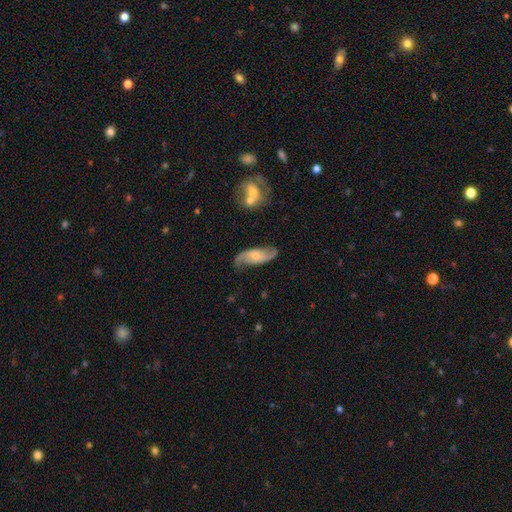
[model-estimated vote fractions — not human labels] Smooth or featured?
  - featured or disk: 80% *
  - smooth: 15%
  - star or artifact: 5%
Edge-on disk?
  - no: 94% *
  - yes: 6%
Bar?
  - no: 51% *
  - weak: 39%
  - strong: 11%
Spiral arms?
  - yes: 95% *
  - no: 5%
Spiral winding?
  - loose: 61% *
  - medium: 31%
  - tight: 9%
Spiral arm count?
  - 2: 92% *
  - can't tell: 3%
  - 1: 2%
  - 3: 1%
  - 4: 1%
  - more than 4: 1%
Bulge size?
  - small: 50% *
  - moderate: 28%
  - none: 17%
  - large: 4%
  - dominant: 1%
Merging?
  - none: 73% *
  - minor disturbance: 18%
  - major disturbance: 7%
  - merger: 3%